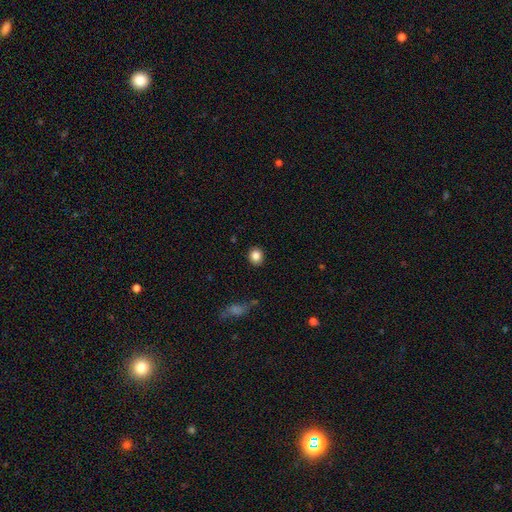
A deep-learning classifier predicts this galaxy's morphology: The model was most divided on "how rounded": round: 78%, in between: 21%, cigar-shaped: 1%. More confident: merging — none (90%); smooth or featured — smooth (85%).